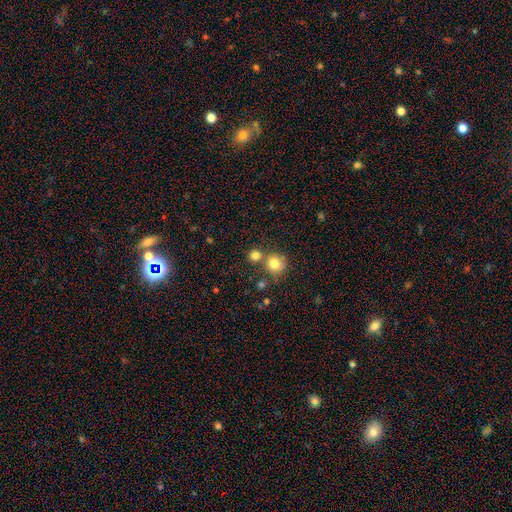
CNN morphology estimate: Smooth or featured: smooth — 80% (star or artifact — 13%)
How rounded: round — 87% (in between — 12%)
Merging: none — 60% (merger — 29%)